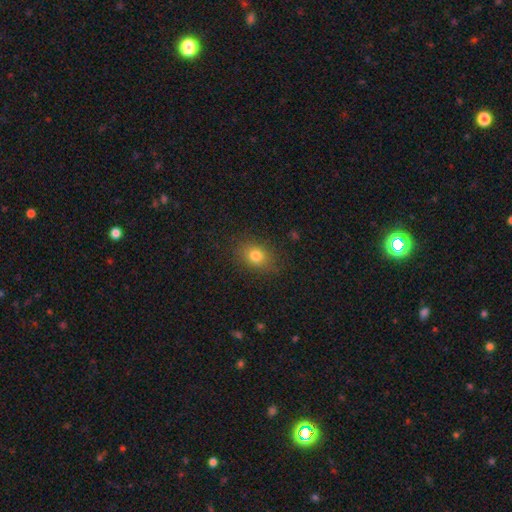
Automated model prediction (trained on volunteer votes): Q: Smooth or featured?
A: smooth (79%); runner-up: star or artifact (12%)
Q: How rounded?
A: in between (54%); runner-up: round (44%)
Q: Merging?
A: none (84%); runner-up: minor disturbance (11%)